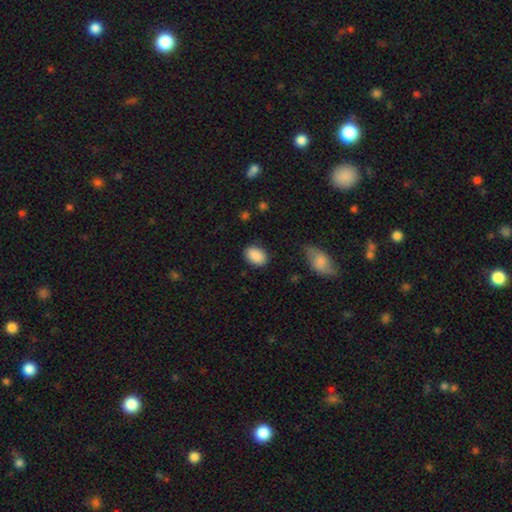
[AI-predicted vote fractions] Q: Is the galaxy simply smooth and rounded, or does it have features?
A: smooth — 89%.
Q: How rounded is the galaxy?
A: in between — 81%.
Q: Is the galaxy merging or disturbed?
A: none — 82%.